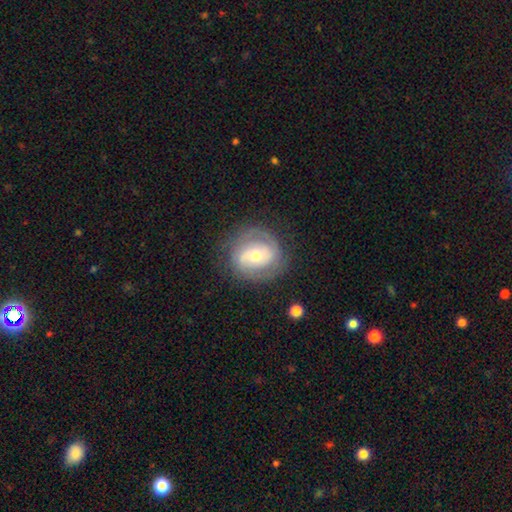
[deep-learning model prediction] smooth-or-featured: featured or disk: 72% | smooth: 21% | star or artifact: 7%
  disk-edge-on: no: 96% | yes: 4%
    bar: no: 42% | weak: 37% | strong: 21%
    has-spiral-arms: yes: 80% | no: 20%
      spiral-winding: tight: 55% | medium: 33% | loose: 12%
      spiral-arm-count: 2: 66% | can't tell: 20% | 3: 5% | 1: 5% | 4: 2% | more than 4: 2%
    bulge-size: moderate: 58% | small: 36% | large: 4% | dominant: 1% | none: 1%
  merging: none: 77% | minor disturbance: 14% | major disturbance: 7% | merger: 1%